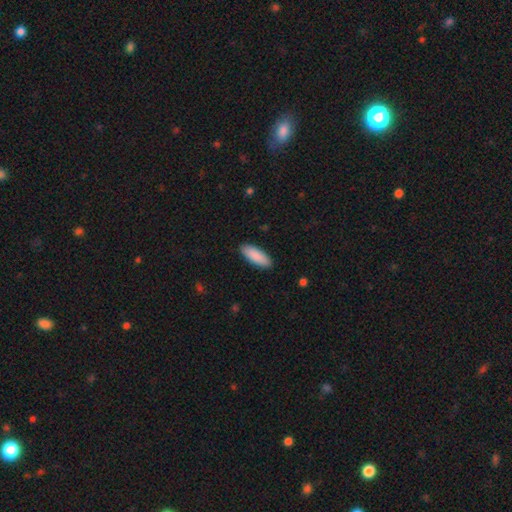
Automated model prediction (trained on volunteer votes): This is clearly a smooth galaxy (90%). How rounded: likely in between (70%). Merging: clearly none (90%).